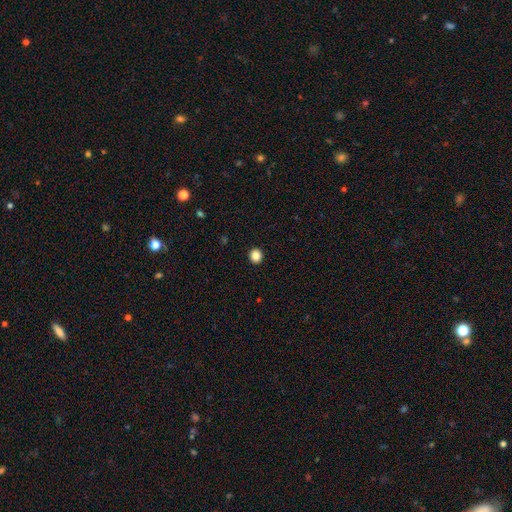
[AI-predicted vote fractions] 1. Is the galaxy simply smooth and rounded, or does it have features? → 86% smooth, 11% star or artifact, 4% featured or disk.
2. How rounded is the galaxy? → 89% round, 10% in between, 1% cigar-shaped.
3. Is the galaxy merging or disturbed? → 93% none, 4% minor disturbance, 1% major disturbance, 1% merger.